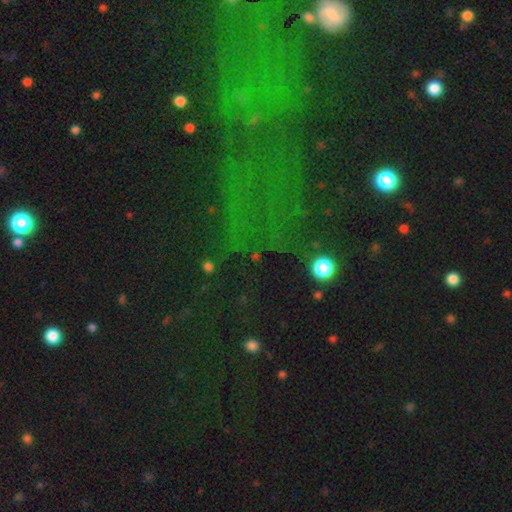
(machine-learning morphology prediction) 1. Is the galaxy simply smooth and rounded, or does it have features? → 57% star or artifact, 34% smooth, 9% featured or disk.